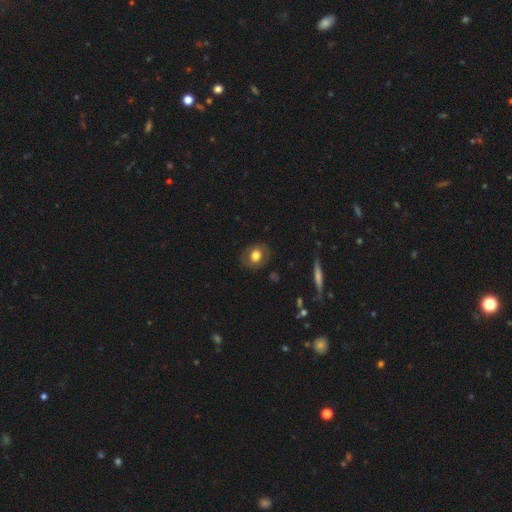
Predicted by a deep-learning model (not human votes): Morphology: type=smooth (65%); roundness=round (59%); merging=none (83%).